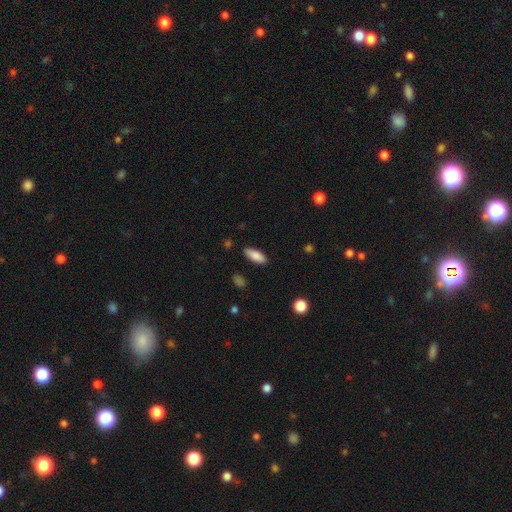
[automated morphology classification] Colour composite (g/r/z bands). It shows a smooth galaxy with no disk features (86%) that is in between round and cigar-shaped (76%). Merging: none (87%).